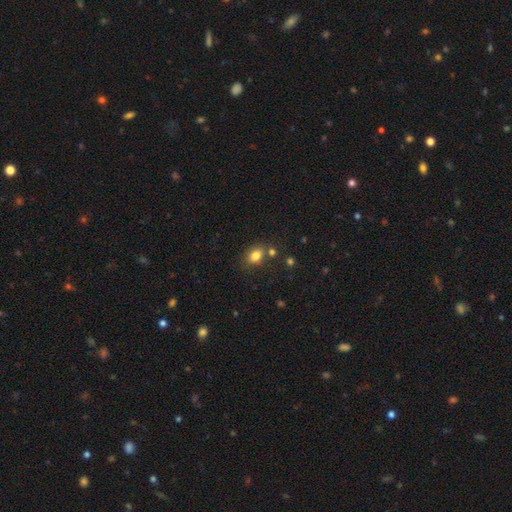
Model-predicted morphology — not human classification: Q: Smooth or featured?
A: smooth (81%); runner-up: star or artifact (11%)
Q: How rounded?
A: in between (75%); runner-up: round (23%)
Q: Merging?
A: none (69%); runner-up: minor disturbance (14%)